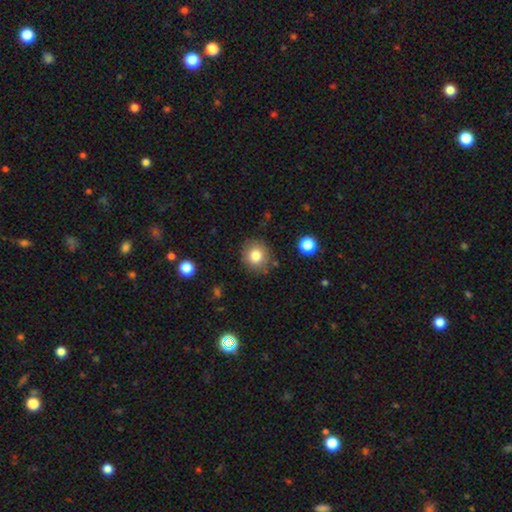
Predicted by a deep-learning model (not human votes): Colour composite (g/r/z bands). It shows a smooth galaxy with no disk features (81%) that is round (86%). Merging: none (84%).